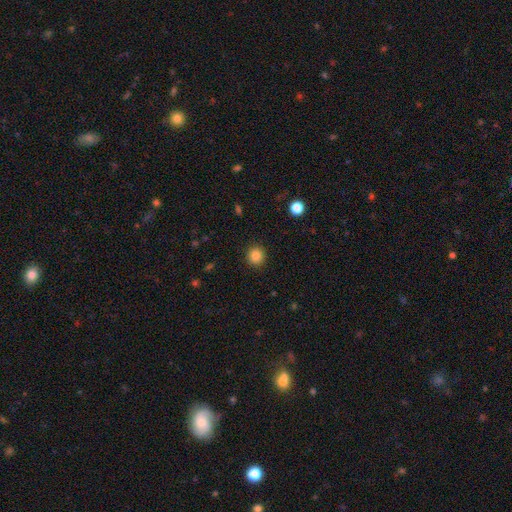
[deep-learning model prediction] This is clearly a smooth galaxy (85%). How rounded: clearly round (91%). Merging: clearly none (92%).